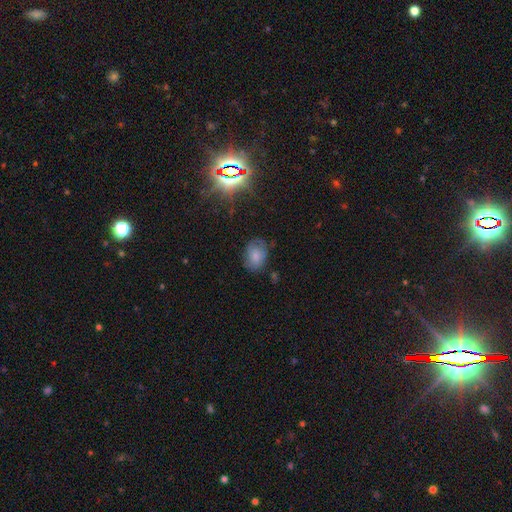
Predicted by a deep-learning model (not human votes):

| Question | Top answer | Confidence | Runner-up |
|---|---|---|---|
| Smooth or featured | smooth | 73% | featured or disk (17%) |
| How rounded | in between | 72% | round (27%) |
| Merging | none | 66% | minor disturbance (24%) |